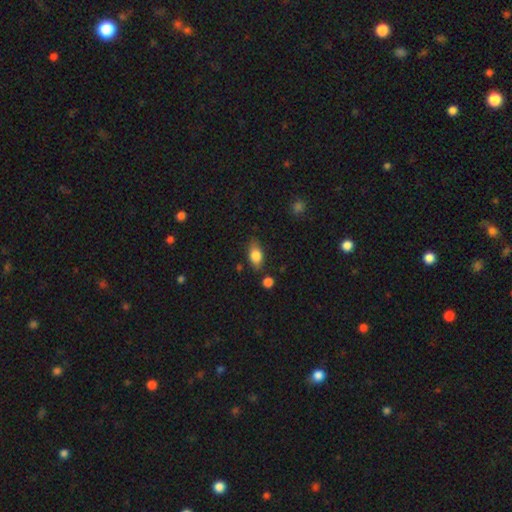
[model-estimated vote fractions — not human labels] The model was most divided on "merging": none: 77%, minor disturbance: 16%, merger: 4%, major disturbance: 4%. More confident: how rounded — in between (86%); smooth or featured — smooth (81%).